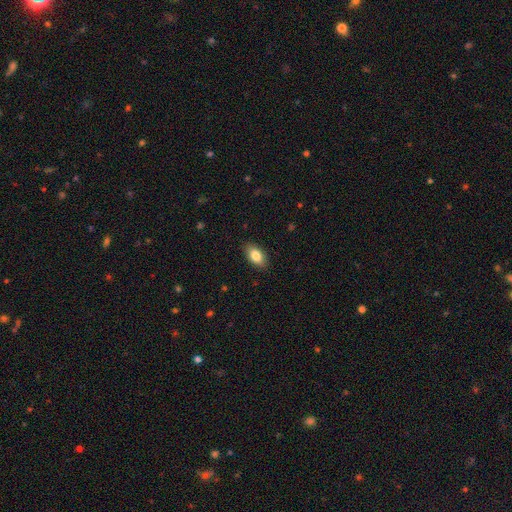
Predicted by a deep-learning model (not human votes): Smooth or featured: smooth — 84% (featured or disk — 9%)
How rounded: in between — 92% (round — 6%)
Merging: none — 87% (minor disturbance — 10%)